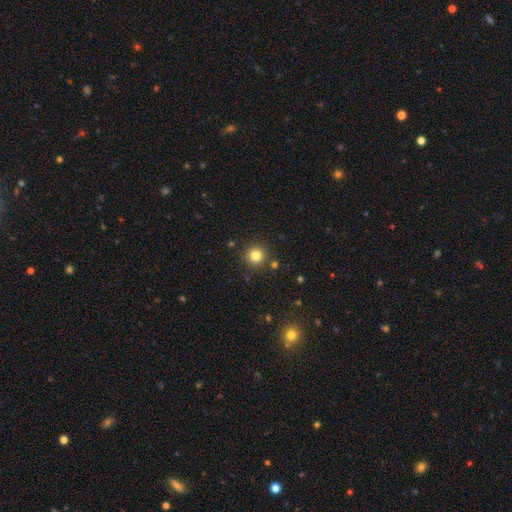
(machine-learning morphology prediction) A smooth galaxy with no disk features (82%) that is round (95%). Merging: none (88%).